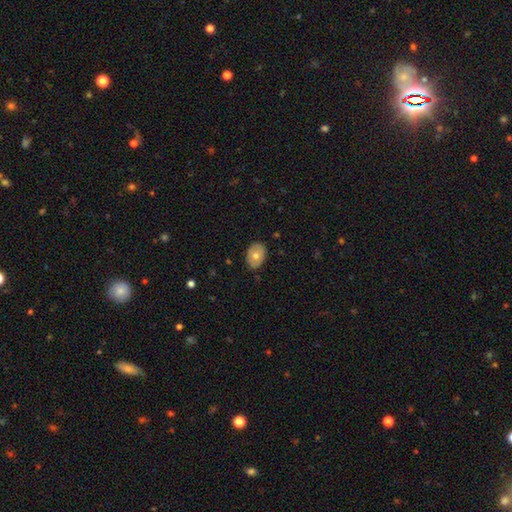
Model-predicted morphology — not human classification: type=smooth (68%); roundness=in between (75%); merging=none (83%).